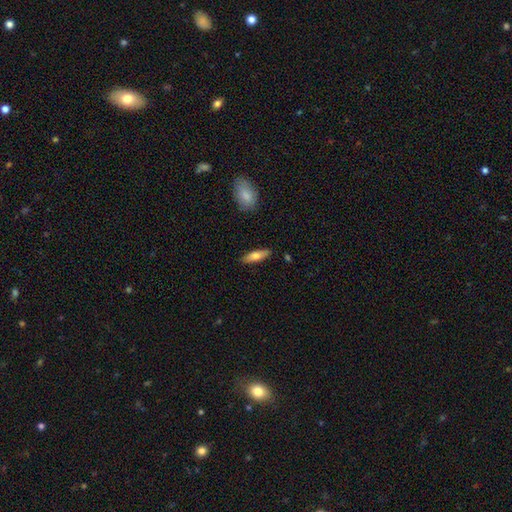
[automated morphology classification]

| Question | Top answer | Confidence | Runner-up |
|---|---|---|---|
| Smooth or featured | smooth | 71% | featured or disk (23%) |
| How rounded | cigar-shaped | 51% | in between (47%) |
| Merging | none | 87% | minor disturbance (9%) |